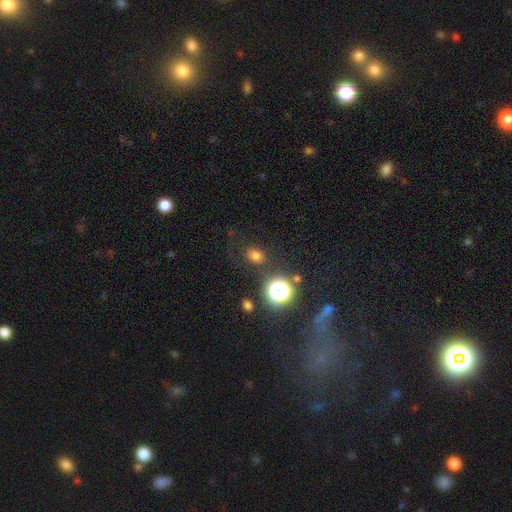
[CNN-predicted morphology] Smooth or featured?
  - smooth: 72% *
  - star or artifact: 22%
  - featured or disk: 7%
How rounded?
  - round: 53% *
  - in between: 46%
  - cigar-shaped: 1%
Merging?
  - none: 79% *
  - minor disturbance: 12%
  - major disturbance: 6%
  - merger: 4%